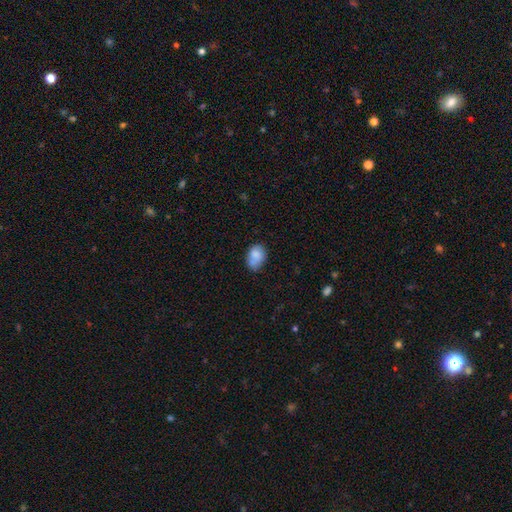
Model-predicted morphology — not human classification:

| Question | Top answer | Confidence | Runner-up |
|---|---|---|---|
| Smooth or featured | smooth | 79% | featured or disk (13%) |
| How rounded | in between | 73% | round (26%) |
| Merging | none | 47% | minor disturbance (29%) |